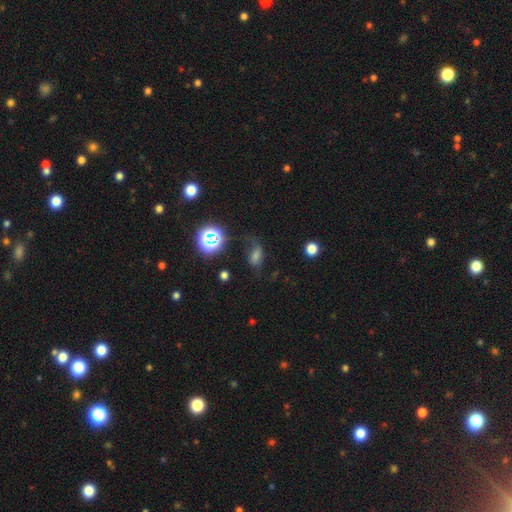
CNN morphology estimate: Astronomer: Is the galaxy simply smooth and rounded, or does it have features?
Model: smooth — 50% (runner-up: star or artifact, 26%).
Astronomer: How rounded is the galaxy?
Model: in between — 78%.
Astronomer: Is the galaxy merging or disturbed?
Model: none — 44% (runner-up: major disturbance, 27%).